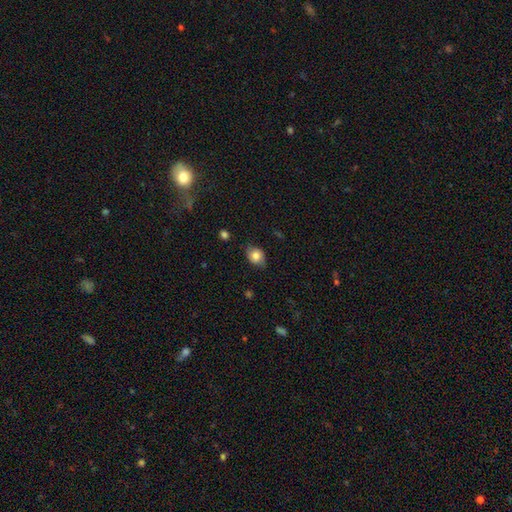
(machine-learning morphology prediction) type=smooth (76%); roundness=in between (66%); merging=none (75%).